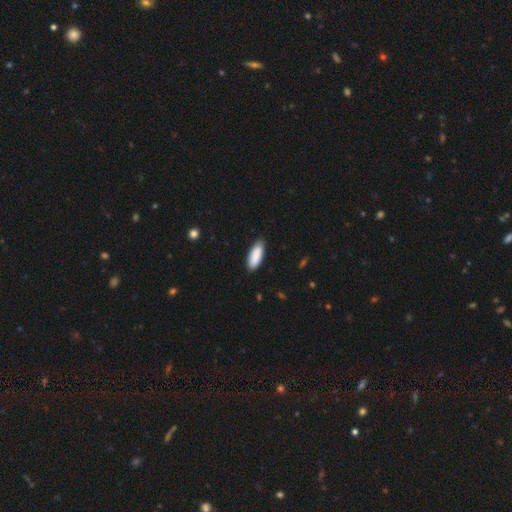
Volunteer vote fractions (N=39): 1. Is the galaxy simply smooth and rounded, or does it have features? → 90% smooth, 8% star or artifact, 3% featured or disk.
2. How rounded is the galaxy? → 74% in between, 23% cigar-shaped, 3% round.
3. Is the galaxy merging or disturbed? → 81% none, 8% minor disturbance, 8% major disturbance, 3% merger.